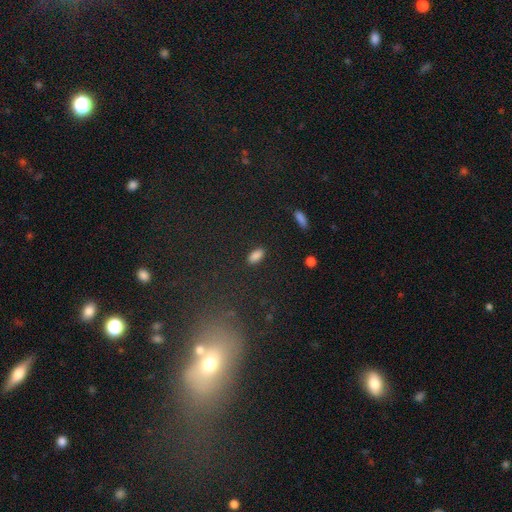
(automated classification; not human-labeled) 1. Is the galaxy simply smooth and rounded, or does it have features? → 86% smooth, 10% star or artifact, 4% featured or disk.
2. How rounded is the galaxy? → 91% in between, 6% cigar-shaped, 4% round.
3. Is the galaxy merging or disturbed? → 88% none, 9% minor disturbance, 2% major disturbance, 1% merger.